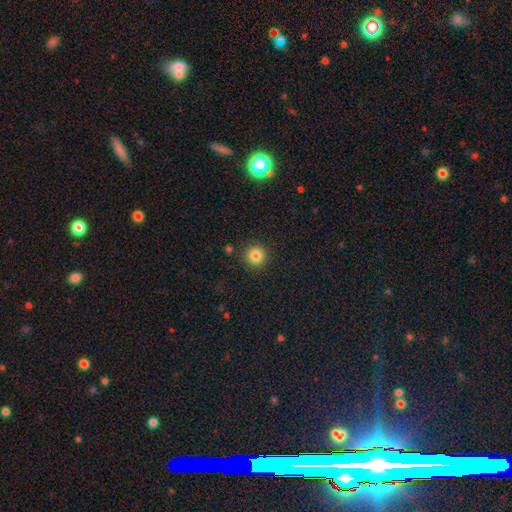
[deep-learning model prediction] A smooth galaxy with no disk features (83%) that is round (95%). Merging: none (91%).